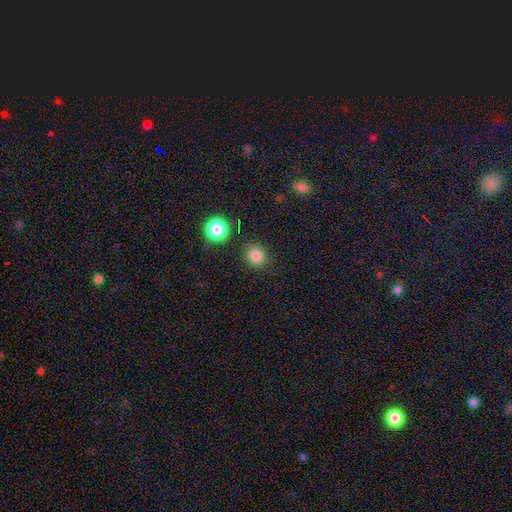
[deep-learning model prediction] Morphology: type=smooth (82%); roundness=round (80%); merging=none (86%).